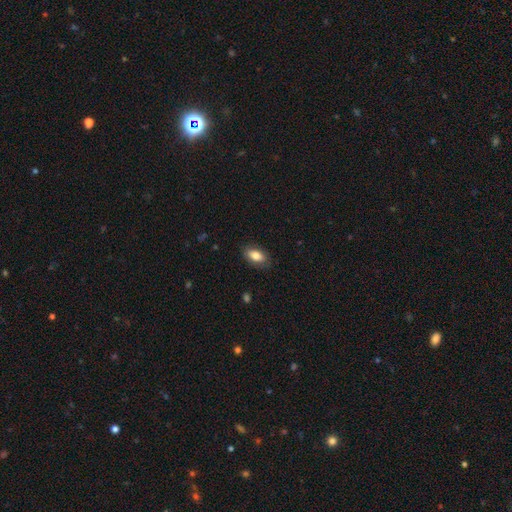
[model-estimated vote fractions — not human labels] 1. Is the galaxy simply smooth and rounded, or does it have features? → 82% smooth, 12% featured or disk, 7% star or artifact.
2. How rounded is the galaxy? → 92% in between, 5% round, 4% cigar-shaped.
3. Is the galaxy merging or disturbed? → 83% none, 13% minor disturbance, 3% major disturbance, 1% merger.